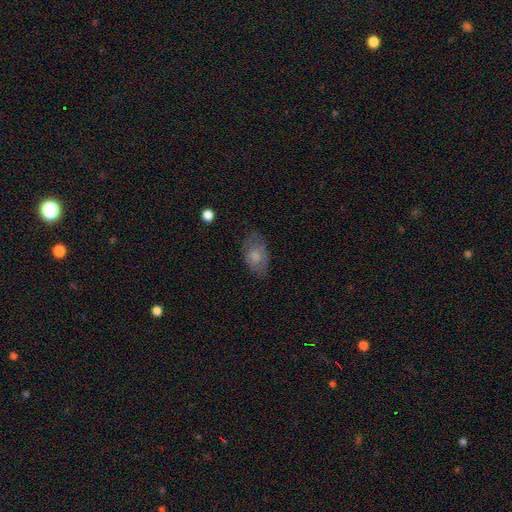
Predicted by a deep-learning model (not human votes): Smooth or featured? smooth (69%)
How rounded? in between (90%)
Merging? none (66%)